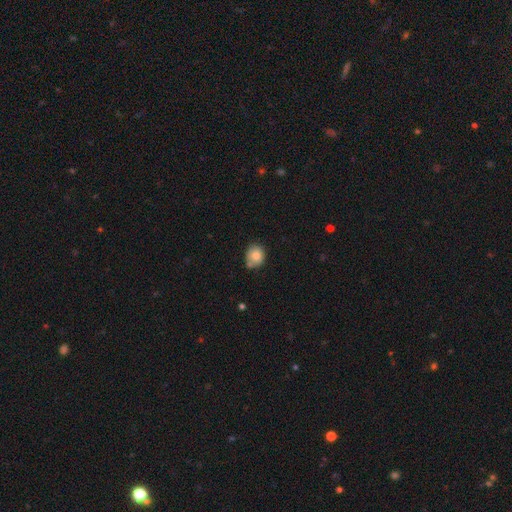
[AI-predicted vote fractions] Morphology: type=smooth (78%); roundness=round (71%); merging=none (62%).